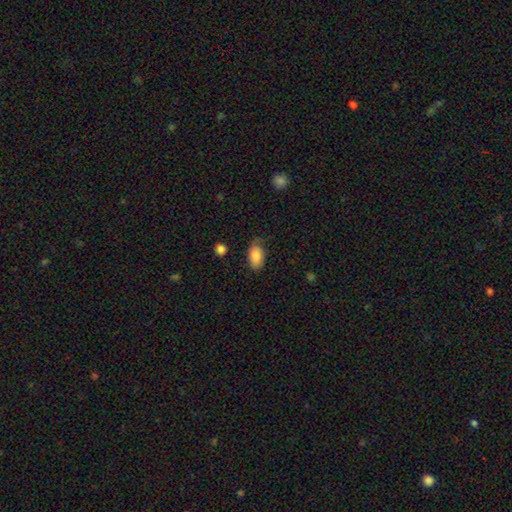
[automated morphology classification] Smooth or featured: smooth — 86% (featured or disk — 7%)
How rounded: in between — 92% (round — 5%)
Merging: none — 70% (minor disturbance — 23%)